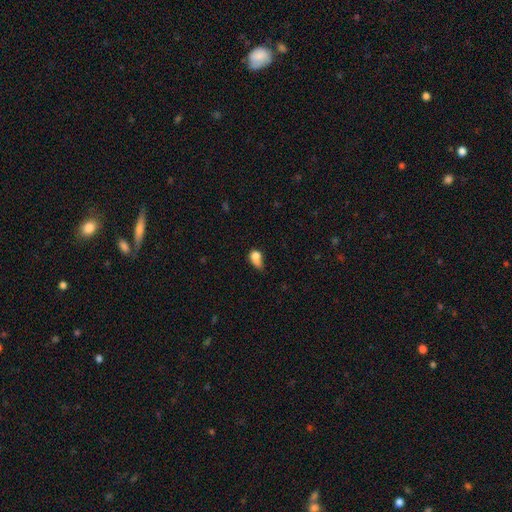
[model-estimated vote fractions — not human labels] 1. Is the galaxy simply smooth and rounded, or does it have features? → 76% smooth, 14% featured or disk, 10% star or artifact.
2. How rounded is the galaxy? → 73% in between, 23% round, 4% cigar-shaped.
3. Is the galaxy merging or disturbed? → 36% minor disturbance, 30% major disturbance, 25% none, 9% merger.